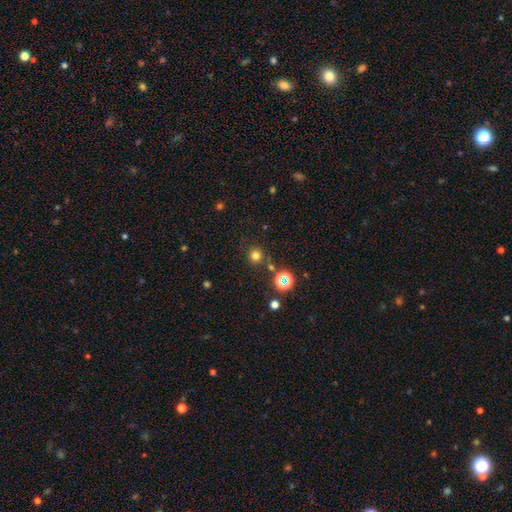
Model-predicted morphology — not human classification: A smooth galaxy with no disk features (74%) that is round (94%). Merging: none (84%).